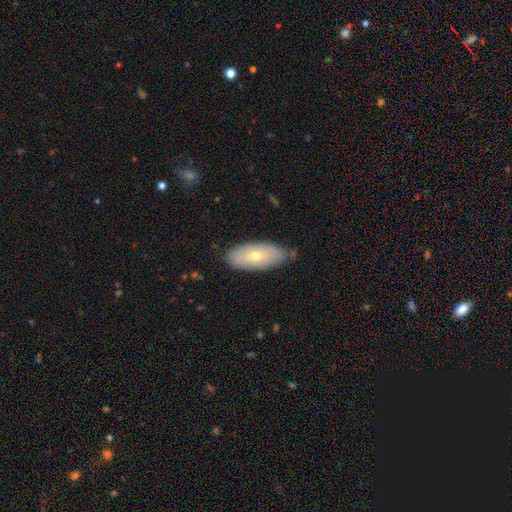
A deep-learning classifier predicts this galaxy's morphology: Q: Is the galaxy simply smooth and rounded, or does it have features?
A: smooth — 60%.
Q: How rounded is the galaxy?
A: in between — 87%.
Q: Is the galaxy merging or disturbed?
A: none — 75%.